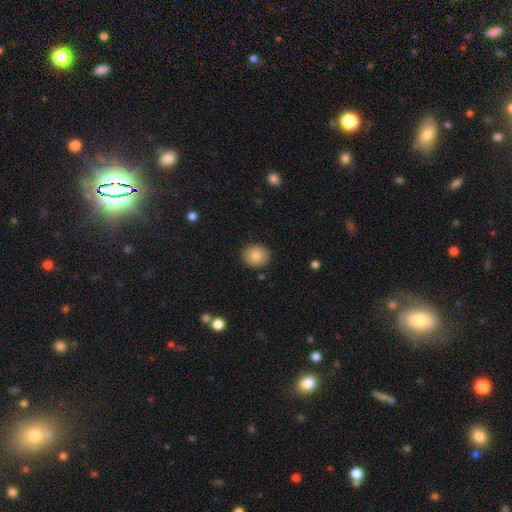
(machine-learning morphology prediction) Smooth or featured? Predicted: smooth (p=0.85). How rounded? Predicted: round (p=0.71). Merging? Predicted: none (p=0.89).